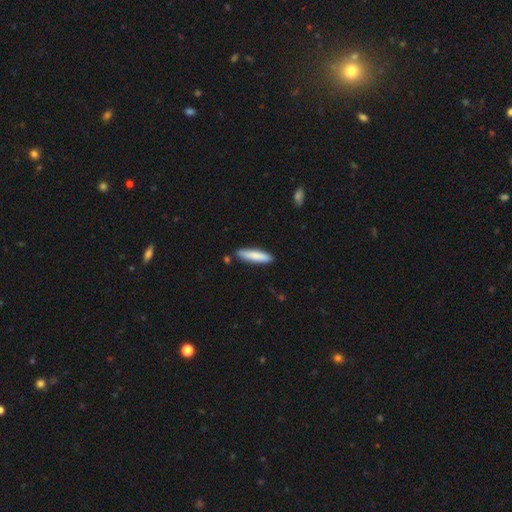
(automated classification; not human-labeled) Smooth or featured: smooth — 83% (featured or disk — 12%)
How rounded: cigar-shaped — 80% (in between — 19%)
Merging: none — 85% (minor disturbance — 10%)